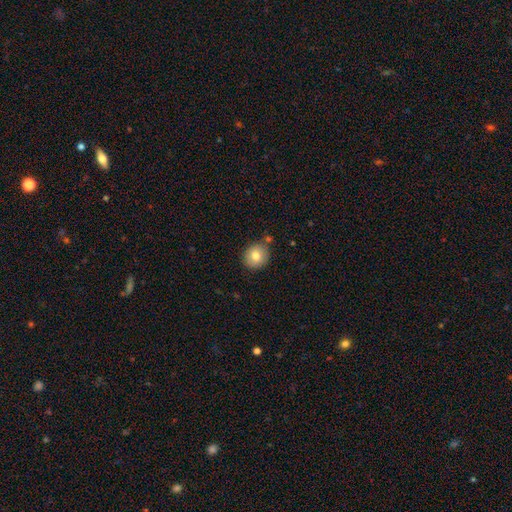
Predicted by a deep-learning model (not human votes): smooth_or_featured: smooth (p=0.79) [alt: featured or disk p=0.11]
how_rounded: round (p=0.82) [alt: in between p=0.17]
merging: none (p=0.81) [alt: minor disturbance p=0.11]